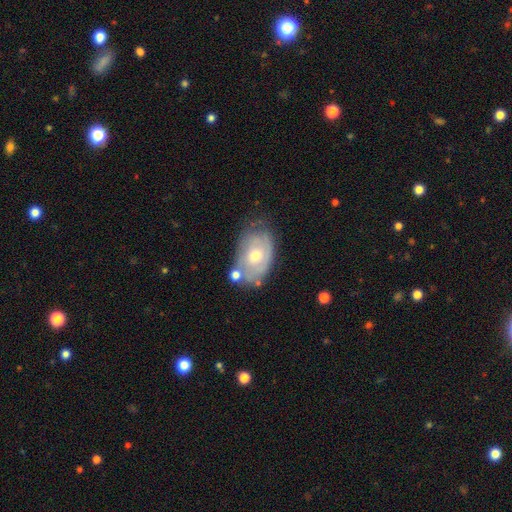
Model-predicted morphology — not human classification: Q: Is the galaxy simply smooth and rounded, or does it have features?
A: featured or disk — 57%.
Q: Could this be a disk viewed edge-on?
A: no — 94%.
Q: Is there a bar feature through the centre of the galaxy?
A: no — 84%.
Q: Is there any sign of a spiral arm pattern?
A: yes — 52%.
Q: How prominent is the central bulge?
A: moderate — 61%.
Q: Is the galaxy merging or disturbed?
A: none — 54%.